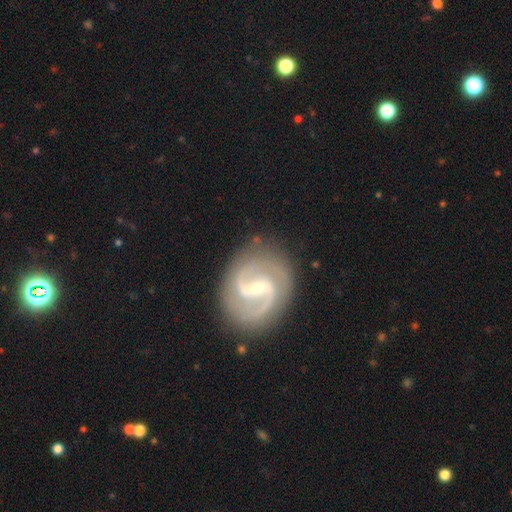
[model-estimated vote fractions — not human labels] The model was most divided on "bar": weak: 46%, strong: 43%, no: 10%. Remaining: edge-on disk — no (98%); spiral arms — yes (97%); spiral arm count — 2 (91%); smooth or featured — featured or disk (88%); merging — none (83%); bulge size — small (54%); spiral winding — medium (49%).